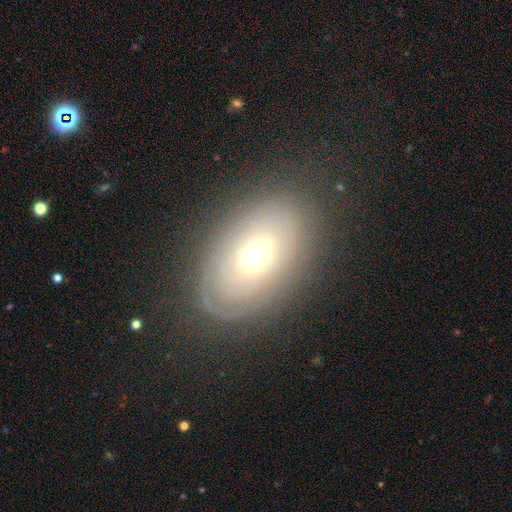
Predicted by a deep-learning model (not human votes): Q: Smooth or featured?
A: featured or disk (55%); runner-up: smooth (36%)
Q: Edge-on disk?
A: no (91%); runner-up: yes (9%)
Q: Merging?
A: none (81%); runner-up: minor disturbance (13%)